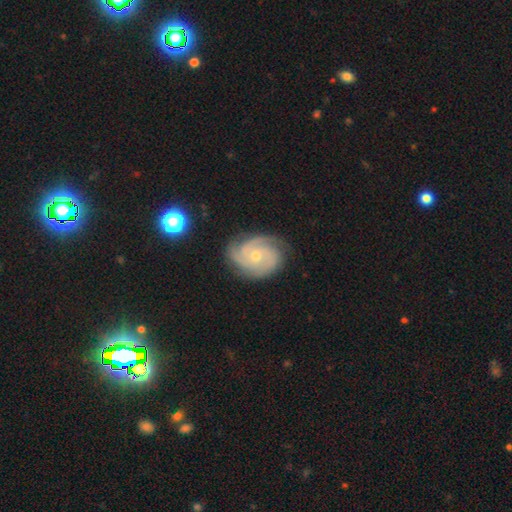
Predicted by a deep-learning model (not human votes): Smooth or featured? featured or disk (87%)
Edge-on disk? no (98%)
Bar? no (73%)
Spiral arms? yes (98%)
Spiral winding? tight (64%)
Spiral arm count? 3 (58%)
Bulge size? small (56%)
Merging? none (76%)